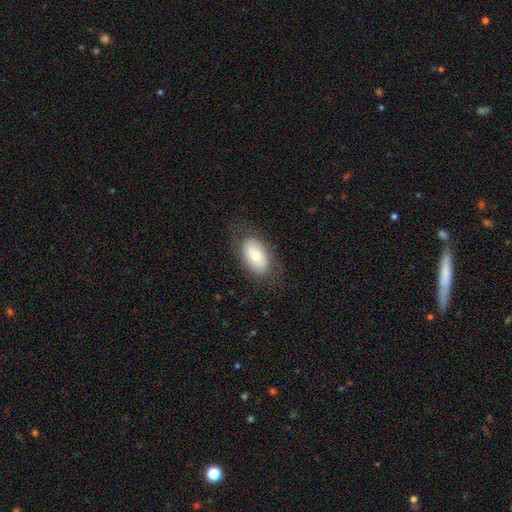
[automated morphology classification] smooth_or_featured: smooth (p=0.62) [alt: featured or disk p=0.30]
how_rounded: in between (p=0.90) [alt: round p=0.08]
merging: none (p=0.75) [alt: minor disturbance p=0.16]